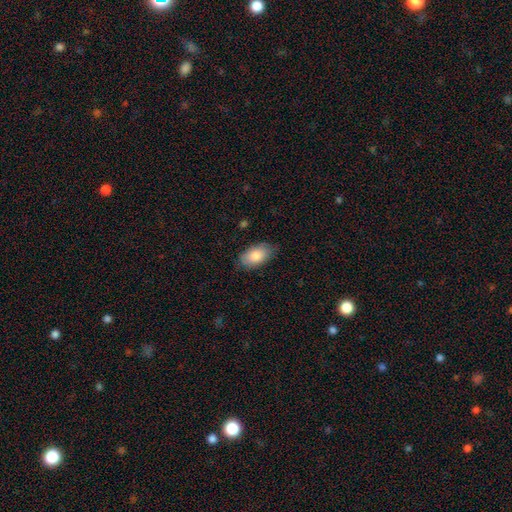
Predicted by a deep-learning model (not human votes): smooth_or_featured: smooth (p=0.84) [alt: featured or disk p=0.10]
how_rounded: in between (p=0.94) [alt: round p=0.04]
merging: none (p=0.78) [alt: minor disturbance p=0.18]